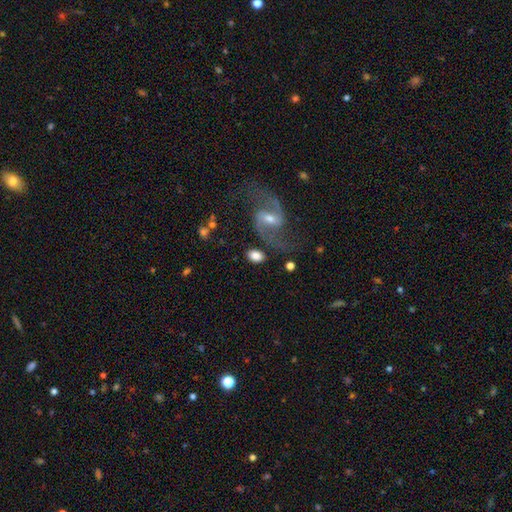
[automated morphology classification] smooth 63%, featured or disk 30%, star or artifact 7%. Down the decision tree: how rounded — in between (86%); merging — none (70%).